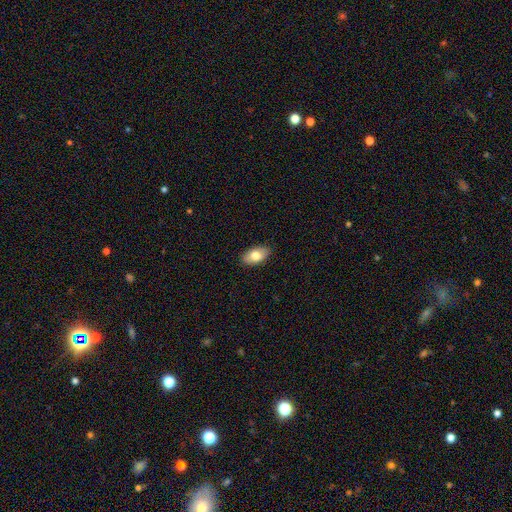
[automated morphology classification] Smooth or featured?
  - smooth: 77% *
  - featured or disk: 17%
  - star or artifact: 7%
How rounded?
  - in between: 93% *
  - round: 5%
  - cigar-shaped: 2%
Merging?
  - none: 88% *
  - minor disturbance: 9%
  - major disturbance: 2%
  - merger: 1%